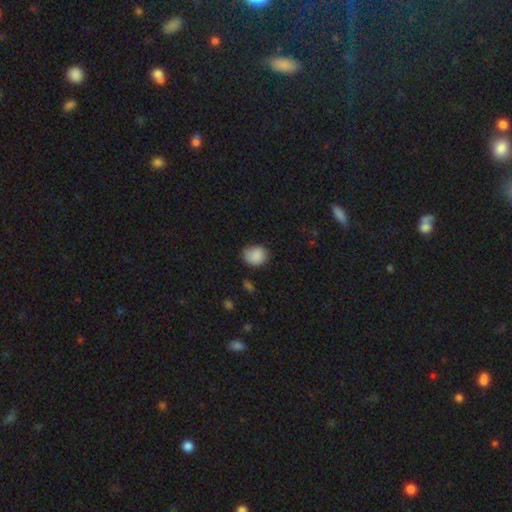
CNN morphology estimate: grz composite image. It shows a smooth galaxy with no disk features (84%) that is round (61%). Merging: none (66%).